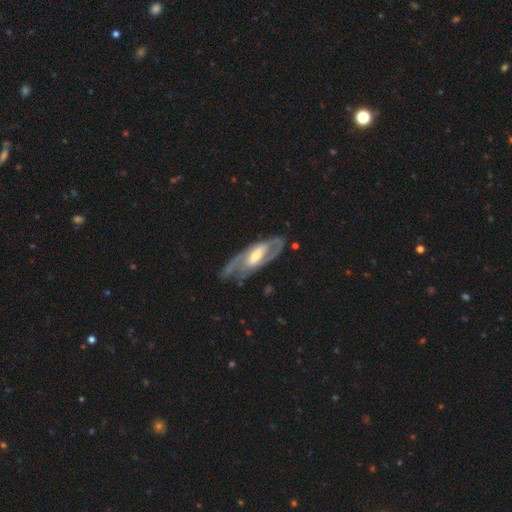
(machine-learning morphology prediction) A featured or disk galaxy (83%) with a weak bar (39%), 2 (79%) medium (47%) spiral arms (85%) and a moderate central bulge (57%).

Vote fractions:
- Smooth or featured? featured or disk: 83% / smooth: 13% / star or artifact: 4%
- Edge-on disk? no: 89% / yes: 11%
- Bar? weak: 39% / strong: 33% / no: 27%
- Spiral arms? yes: 85% / no: 15%
- Spiral winding? medium: 47% / tight: 37% / loose: 16%
- Spiral arm count? 2: 79% / can't tell: 12% / 1: 5% / 3: 2% / 4: 1% / more than 4: 1%
- Bulge size? moderate: 57% / small: 27% / large: 13% / none: 2% / dominant: 1%
- Merging? none: 72% / minor disturbance: 18% / major disturbance: 9% / merger: 2%